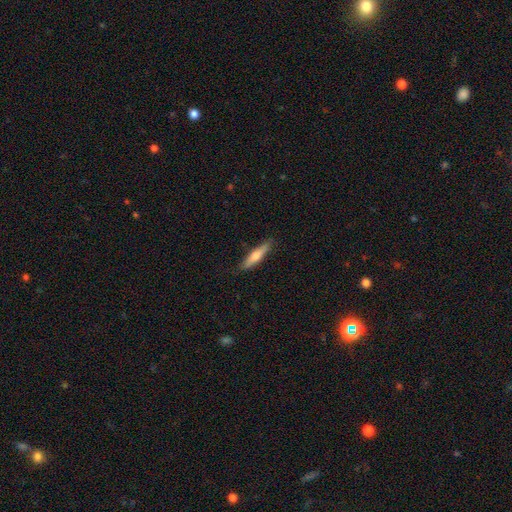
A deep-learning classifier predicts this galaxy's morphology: This is likely a smooth galaxy (62%). How rounded: clearly cigar-shaped (81%). Merging: clearly none (86%).